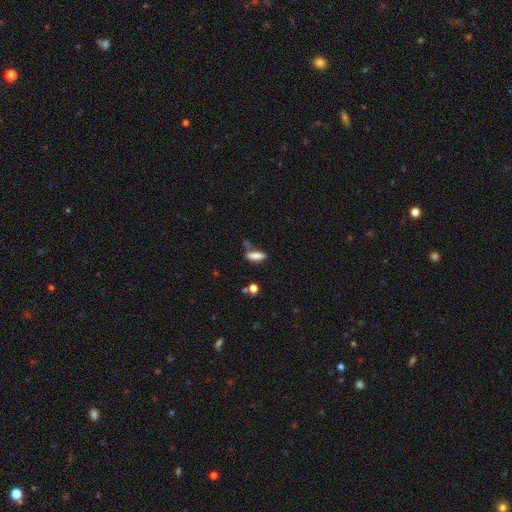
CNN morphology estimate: smooth 79%, featured or disk 11%, star or artifact 10%. Down the decision tree: how rounded — in between (58%); merging — none (47%).